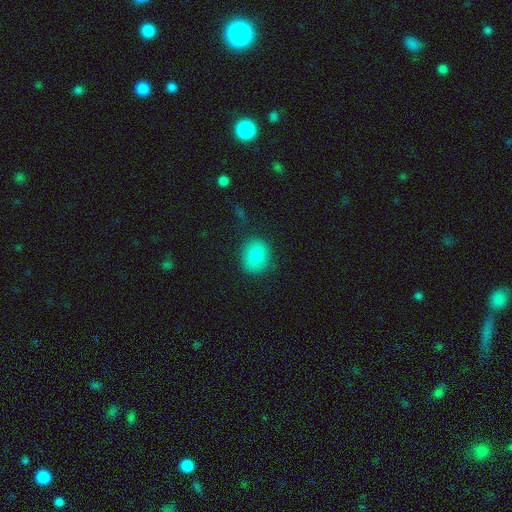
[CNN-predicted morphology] A smooth galaxy with no disk features (83%) that is round (69%).

Vote fractions:
- Smooth or featured? smooth: 83% / featured or disk: 8% / star or artifact: 8%
- How rounded? round: 69% / in between: 30% / cigar-shaped: 1%
- Merging? none: 81% / minor disturbance: 13% / major disturbance: 4% / merger: 2%